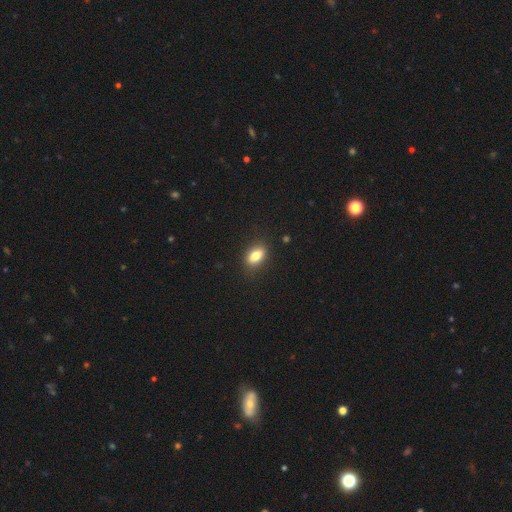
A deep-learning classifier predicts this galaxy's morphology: Smooth or featured? smooth (81%)
How rounded? in between (84%)
Merging? none (85%)